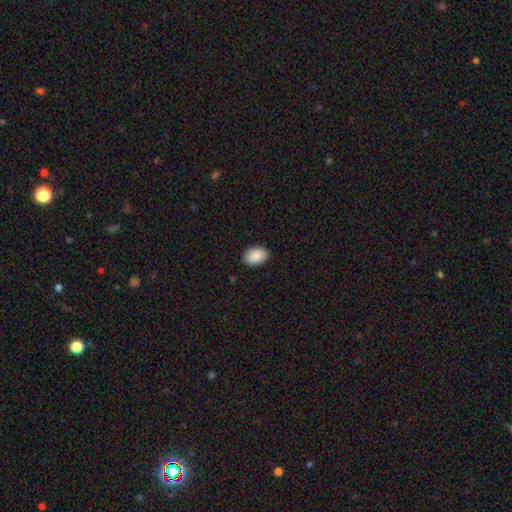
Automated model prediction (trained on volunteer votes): Smooth or featured? Predicted: smooth (p=0.91). How rounded? Predicted: in between (p=0.85). Merging? Predicted: none (p=0.88).